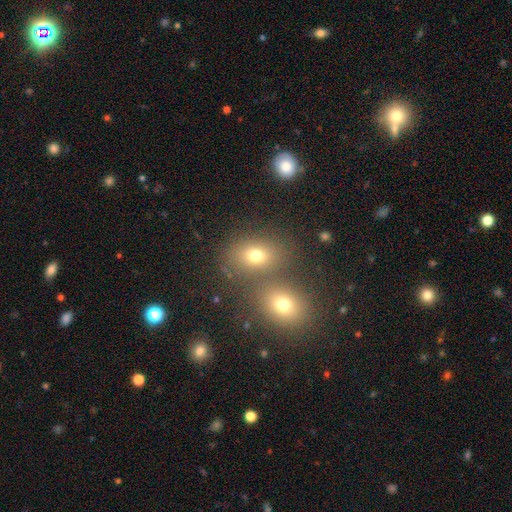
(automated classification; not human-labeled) Morphology: type=smooth (71%); roundness=in between (56%); merging=none (60%).